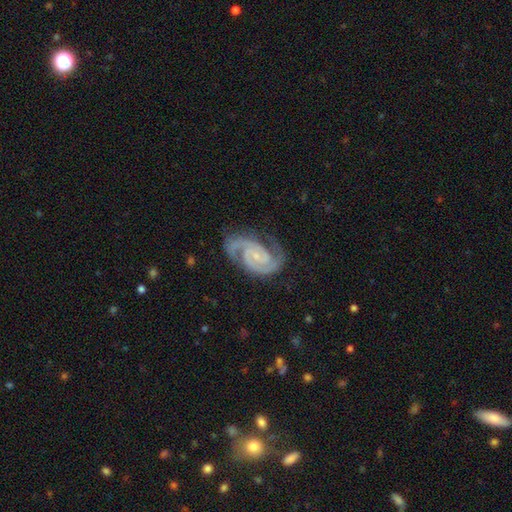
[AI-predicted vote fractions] A featured or disk galaxy (92%) with no bar (57%), 2 (88%) tight (49%) spiral arms (99%) and a small central bulge (73%). Merging: none (76%).